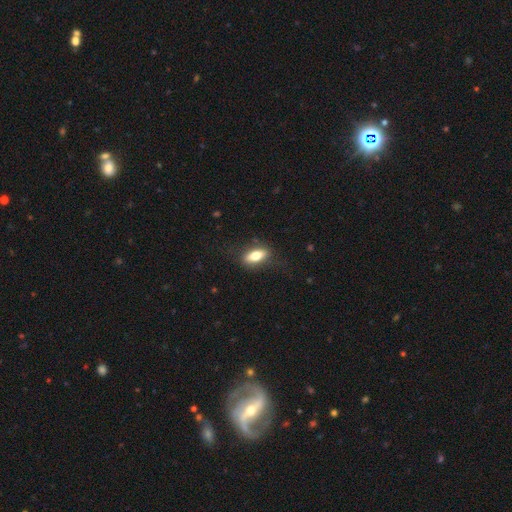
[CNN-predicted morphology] Smooth or featured? smooth (70%)
How rounded? in between (77%)
Merging? none (80%)